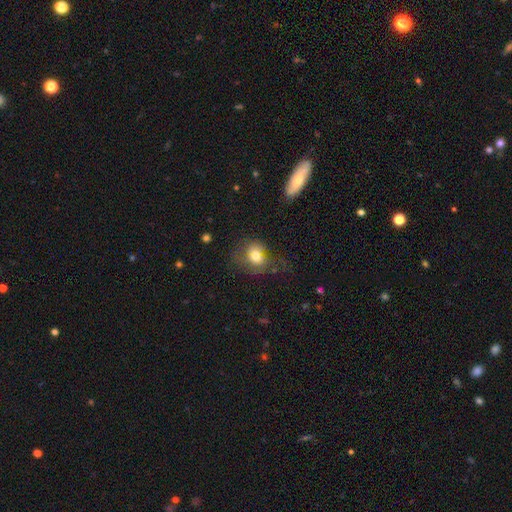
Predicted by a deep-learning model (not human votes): smooth-or-featured: smooth: 73% | featured or disk: 15% | star or artifact: 12%
  how-rounded: round: 61% | in between: 38% | cigar-shaped: 1%
  merging: none: 48% | minor disturbance: 25% | major disturbance: 23% | merger: 4%